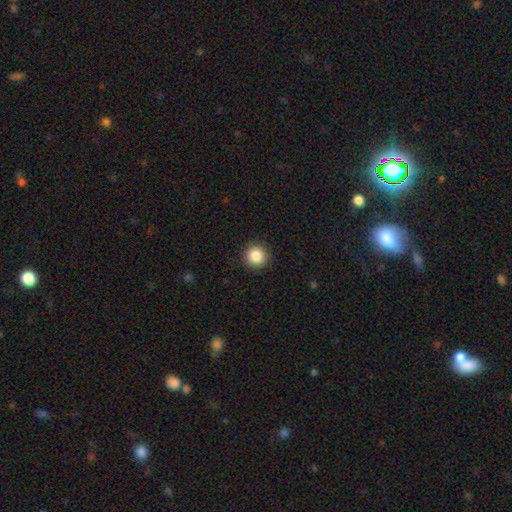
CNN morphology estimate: This is clearly a smooth galaxy (86%). How rounded: clearly round (95%). Merging: clearly none (92%).